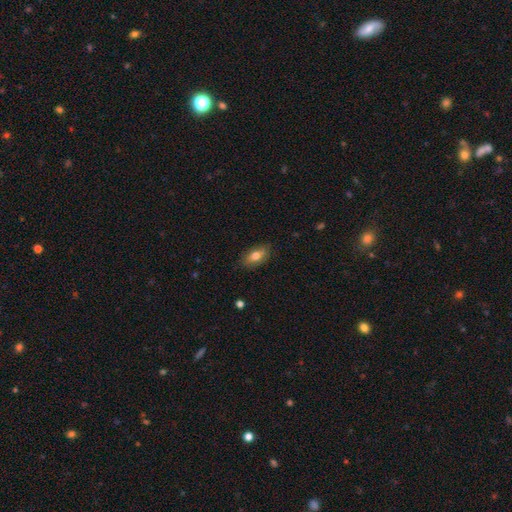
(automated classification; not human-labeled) This appears to be a smooth galaxy with no disk features (74%) that is in between round and cigar-shaped (87%). Merging: none (84%).